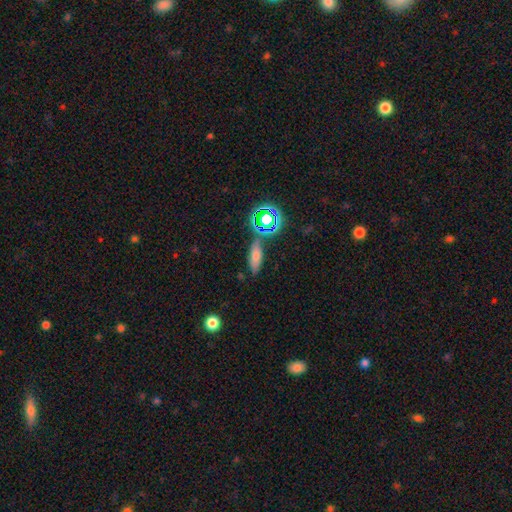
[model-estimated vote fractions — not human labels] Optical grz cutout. It shows a smooth galaxy with no disk features (60%) that is in between round and cigar-shaped (54%). Merging: none (75%).